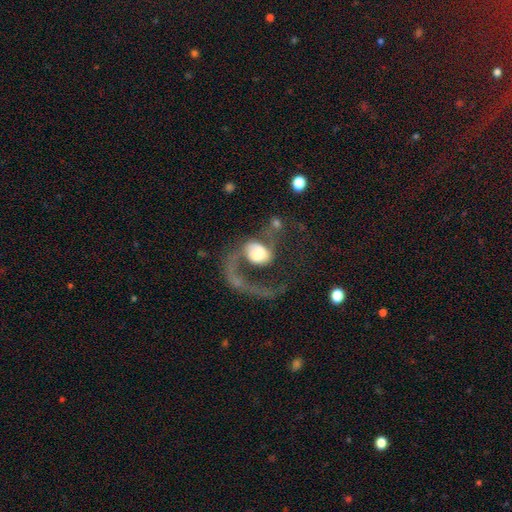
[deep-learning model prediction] Smooth or featured?
  - featured or disk: 65% *
  - smooth: 27%
  - star or artifact: 8%
Edge-on disk?
  - no: 97% *
  - yes: 3%
Bar?
  - no: 65% *
  - weak: 26%
  - strong: 10%
Spiral arms?
  - yes: 79% *
  - no: 21%
Bulge size?
  - large: 38% *
  - moderate: 29%
  - dominant: 15%
  - small: 12%
  - none: 6%
Merging?
  - major disturbance: 57% *
  - merger: 18%
  - none: 17%
  - minor disturbance: 9%